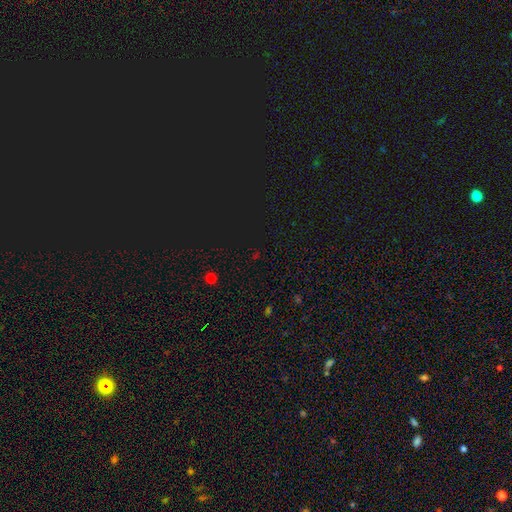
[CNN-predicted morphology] A star or artifact, not a galaxy (71%).